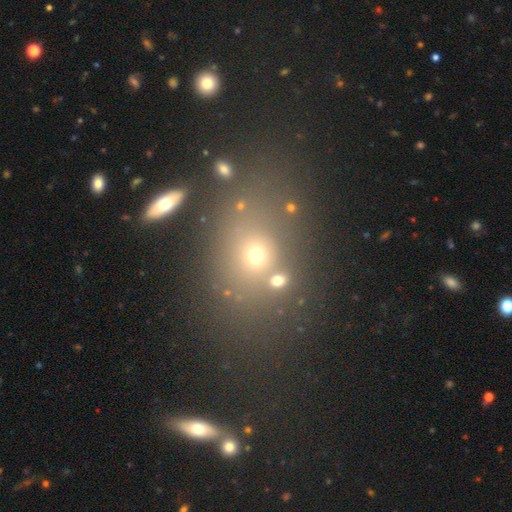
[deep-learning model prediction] A smooth galaxy with no disk features (65%) that is in between round and cigar-shaped (53%).

Vote fractions:
- Smooth or featured? smooth: 65% / star or artifact: 21% / featured or disk: 14%
- How rounded? in between: 53% / round: 45% / cigar-shaped: 3%
- Merging? none: 66% / minor disturbance: 14% / merger: 13% / major disturbance: 8%